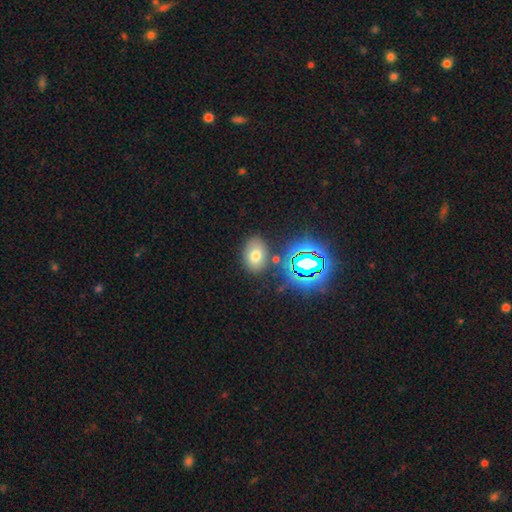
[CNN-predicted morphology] Q: Smooth or featured?
A: smooth (65%); runner-up: star or artifact (21%)
Q: How rounded?
A: in between (73%); runner-up: round (26%)
Q: Merging?
A: none (77%); runner-up: minor disturbance (12%)